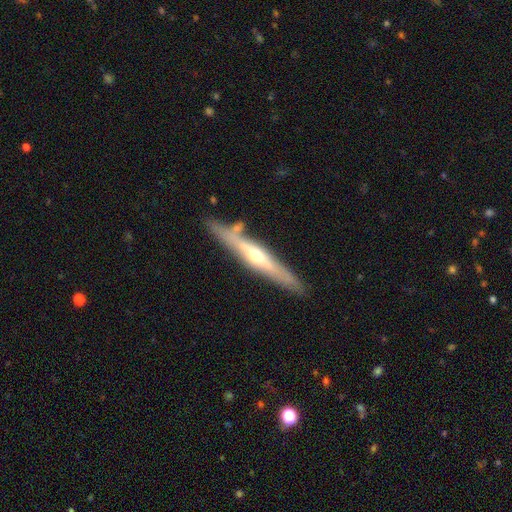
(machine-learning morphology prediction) Smooth or featured? Predicted: featured or disk (p=0.68). Edge-on disk? Predicted: yes (p=0.92). Edge-on bulge? Predicted: rounded (p=0.86). Merging? Predicted: none (p=0.79).